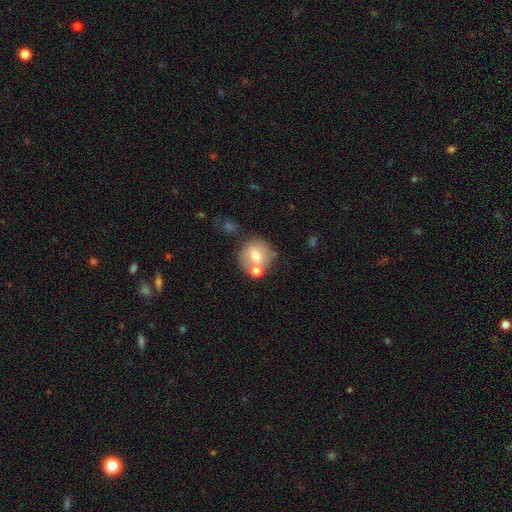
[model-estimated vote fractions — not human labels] smooth_or_featured: smooth (p=0.69) [alt: featured or disk p=0.22]
how_rounded: round (p=0.88) [alt: in between p=0.11]
merging: none (p=0.63) [alt: merger p=0.20]